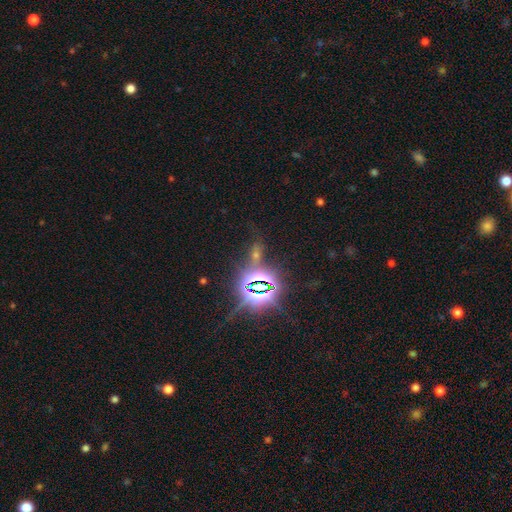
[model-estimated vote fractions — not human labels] A star or artifact, not a galaxy (79%).

Vote fractions:
- Smooth or featured? star or artifact: 79% / smooth: 11% / featured or disk: 9%